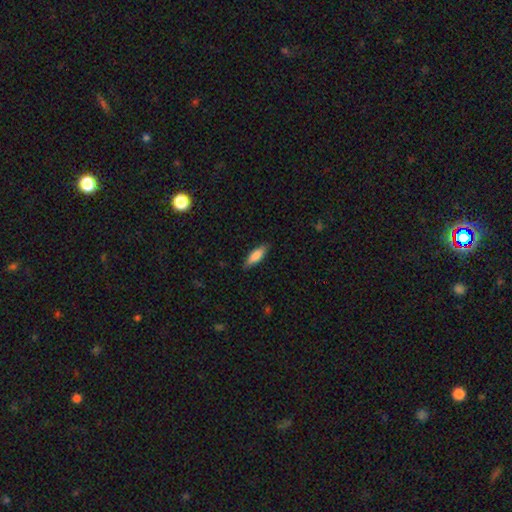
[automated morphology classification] This appears to be a smooth galaxy with no disk features (78%) that is in between round and cigar-shaped (51%). Merging: none (85%).